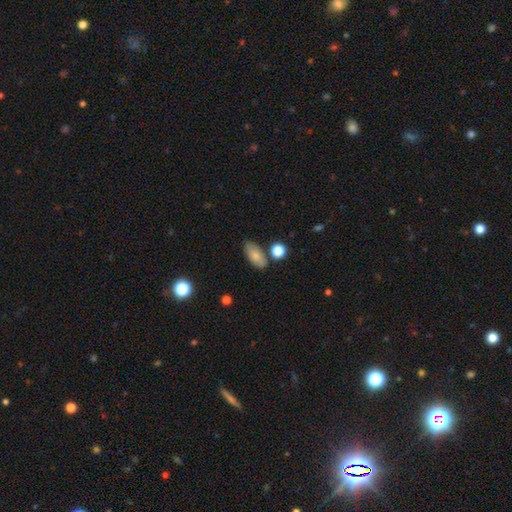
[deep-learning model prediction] Smooth or featured? Predicted: smooth (p=0.81). How rounded? Predicted: in between (p=0.89). Merging? Predicted: none (p=0.76).